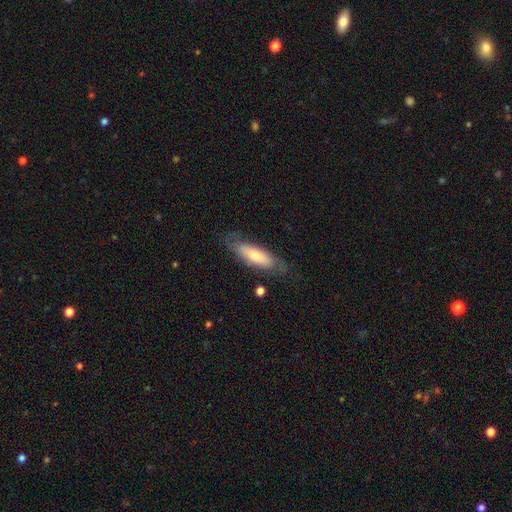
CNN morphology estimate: The model was most divided on "how rounded": in between: 54%, cigar-shaped: 44%, round: 2%. More confident: merging — none (70%); smooth or featured — smooth (61%).